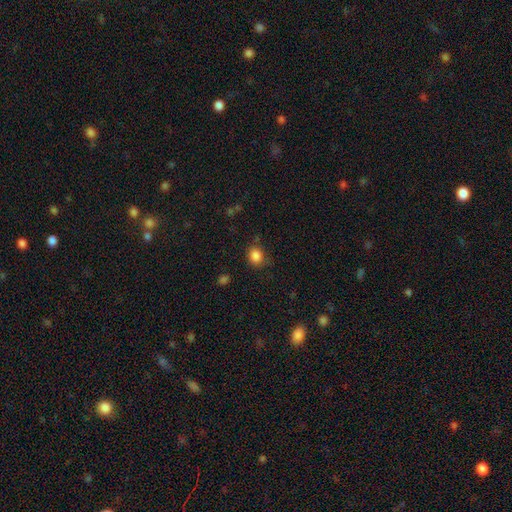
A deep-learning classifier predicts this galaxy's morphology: Smooth or featured?
  - smooth: 85% *
  - star or artifact: 11%
  - featured or disk: 4%
How rounded?
  - round: 70% *
  - in between: 29%
  - cigar-shaped: 1%
Merging?
  - none: 76% *
  - minor disturbance: 17%
  - major disturbance: 5%
  - merger: 2%